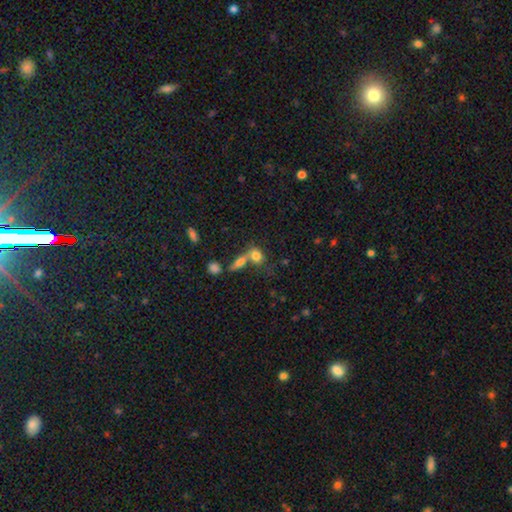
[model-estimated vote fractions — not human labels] Overall: smooth (75%). How rounded: in between (66%; round 27%). Merging: merger (50%; none 35%).